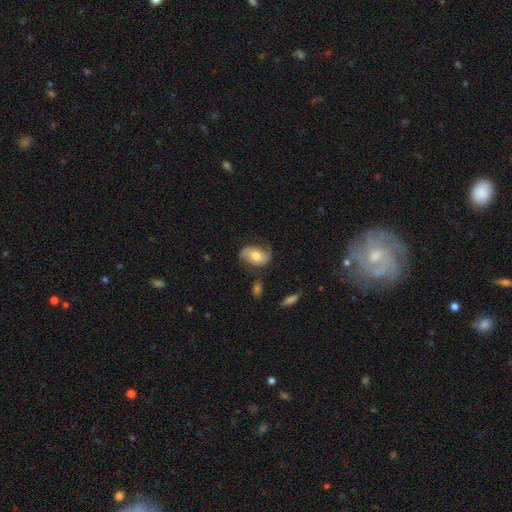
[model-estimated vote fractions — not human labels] A smooth galaxy with no disk features (48%). Merging: none (62%).